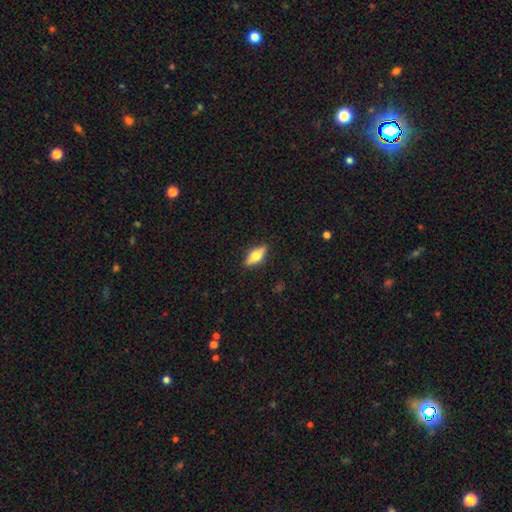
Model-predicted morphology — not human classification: Smooth or featured? smooth (47%)
Merging? none (88%)